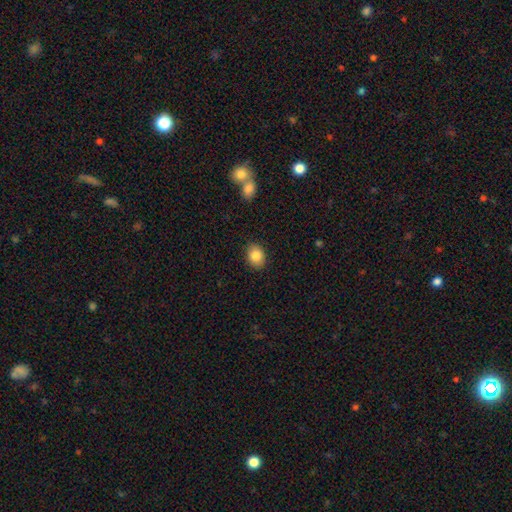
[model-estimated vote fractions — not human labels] Morphology: type=smooth (84%); roundness=in between (63%); merging=none (88%).